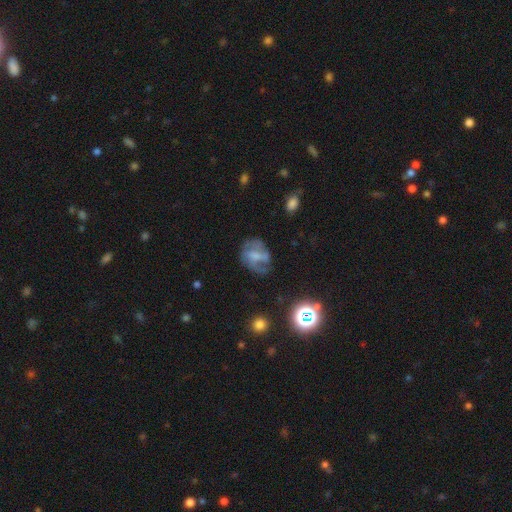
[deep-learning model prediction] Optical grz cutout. It shows a featured or disk galaxy (57%) with a weak bar (44%), spiral arms (68%) and a moderate central bulge (31%). Merging: none (52%).